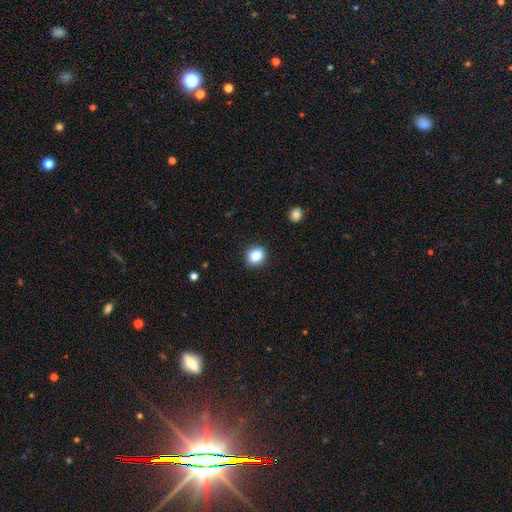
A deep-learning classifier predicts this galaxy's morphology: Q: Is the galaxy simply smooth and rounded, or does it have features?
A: smooth — 85%.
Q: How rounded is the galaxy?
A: round — 64%.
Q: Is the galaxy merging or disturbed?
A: none — 89%.